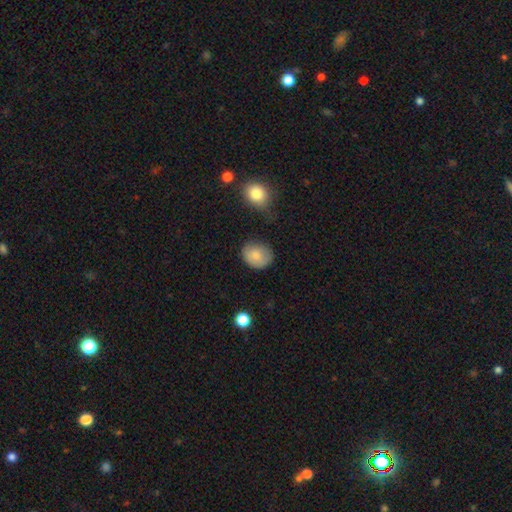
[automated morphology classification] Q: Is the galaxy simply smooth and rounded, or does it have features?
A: smooth — 83%.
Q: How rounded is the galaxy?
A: round — 59%.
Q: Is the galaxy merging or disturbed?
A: none — 65%.